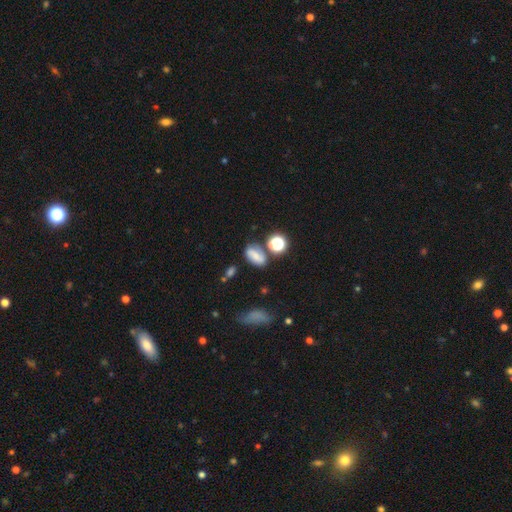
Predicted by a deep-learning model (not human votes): Morphology: type=smooth (57%); roundness=in between (78%); merging=none (62%).